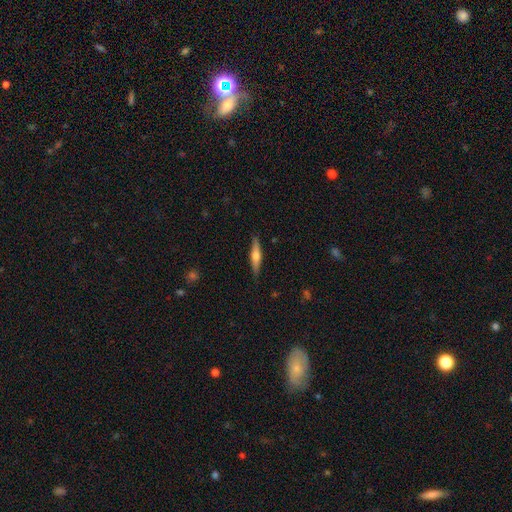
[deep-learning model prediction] Smooth or featured? Predicted: featured or disk (p=0.51). Edge-on disk? Predicted: yes (p=0.95). Merging? Predicted: none (p=0.88).